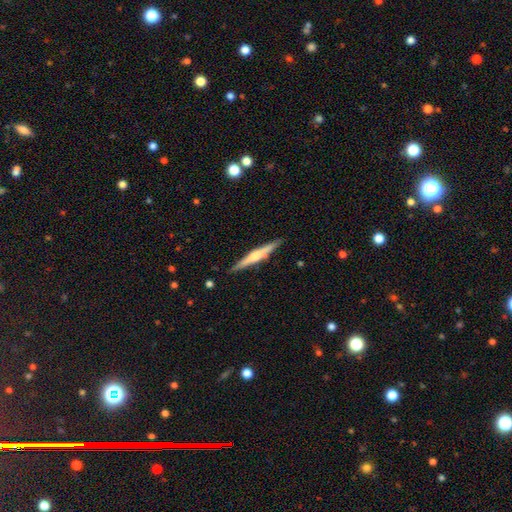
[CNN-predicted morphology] featured or disk 65%, smooth 30%, star or artifact 6%. Down the decision tree: edge-on disk — yes (98%); edge-on bulge — rounded (73%); merging — none (88%).